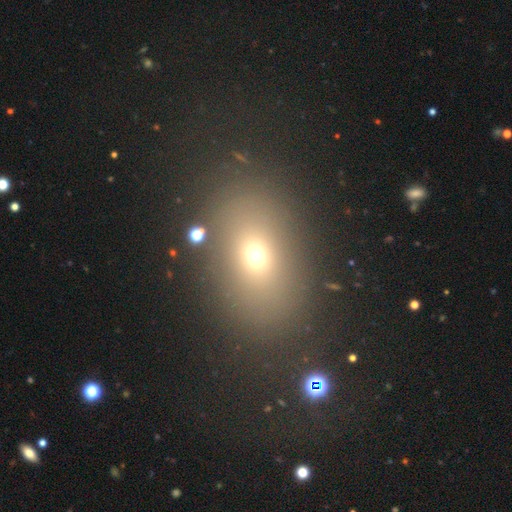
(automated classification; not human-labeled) Smooth or featured? smooth (64%)
How rounded? in between (65%)
Merging? none (81%)